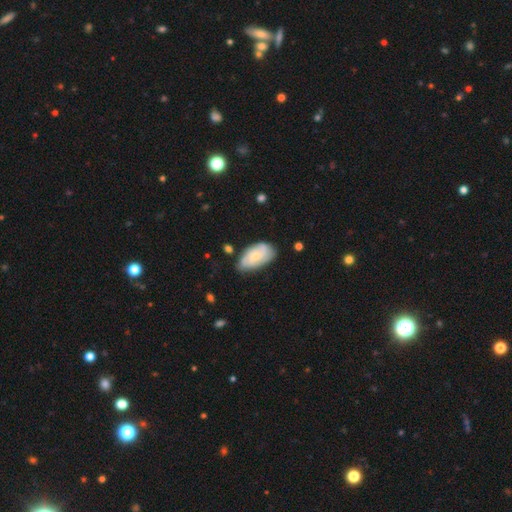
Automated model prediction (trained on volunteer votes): smooth_or_featured: featured or disk (p=0.51) [alt: smooth p=0.42]
disk_edge_on: no (p=0.95) [alt: yes p=0.05]
merging: none (p=0.65) [alt: minor disturbance p=0.26]